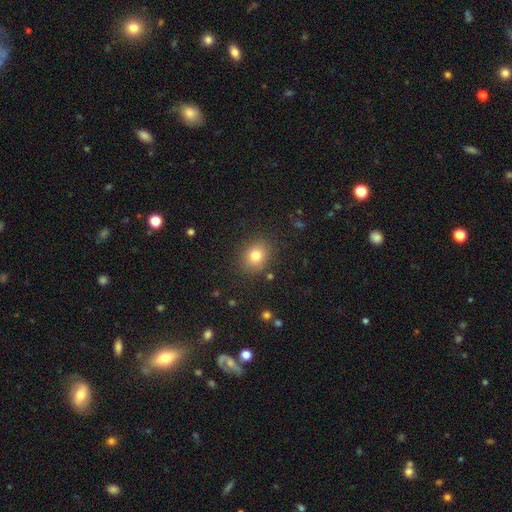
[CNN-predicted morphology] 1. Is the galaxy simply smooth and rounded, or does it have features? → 78% smooth, 12% star or artifact, 9% featured or disk.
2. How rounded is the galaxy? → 62% round, 37% in between, 1% cigar-shaped.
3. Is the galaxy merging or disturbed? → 85% none, 10% minor disturbance, 3% major disturbance, 2% merger.